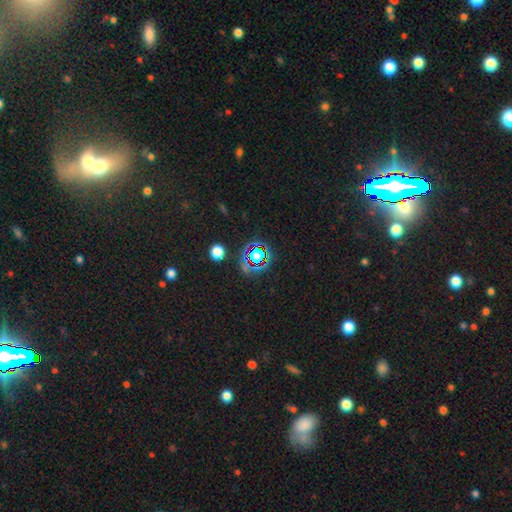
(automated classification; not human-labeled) Smooth or featured: star or artifact — 65% (smooth — 24%)